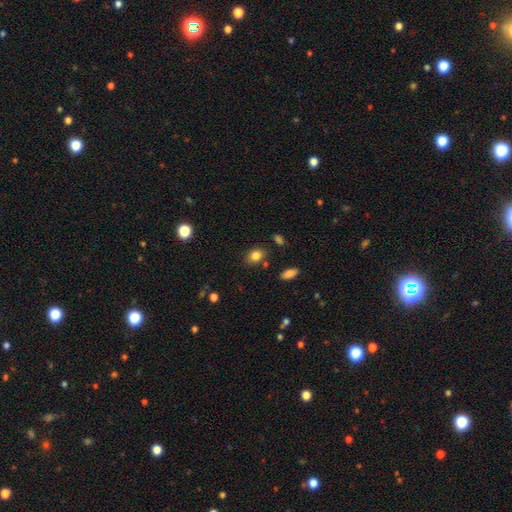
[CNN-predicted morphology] type=smooth (83%); roundness=in between (68%); merging=none (79%).